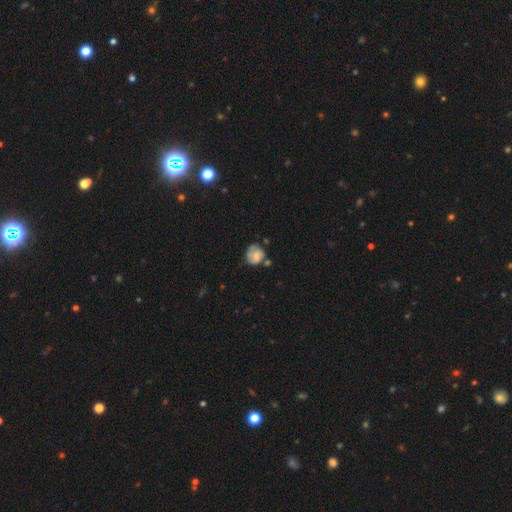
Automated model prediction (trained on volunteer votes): This is possibly a smooth galaxy (57%). How rounded: likely round (71%). Merging: possibly none (48%).